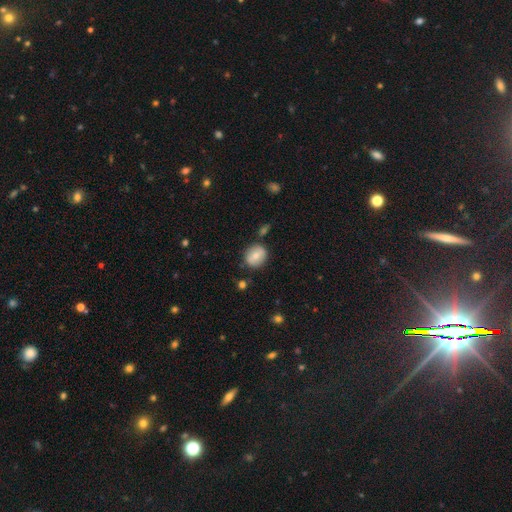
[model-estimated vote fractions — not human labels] Overall: smooth (73%). How rounded: round (69%; in between 30%). Merging: none (79%).